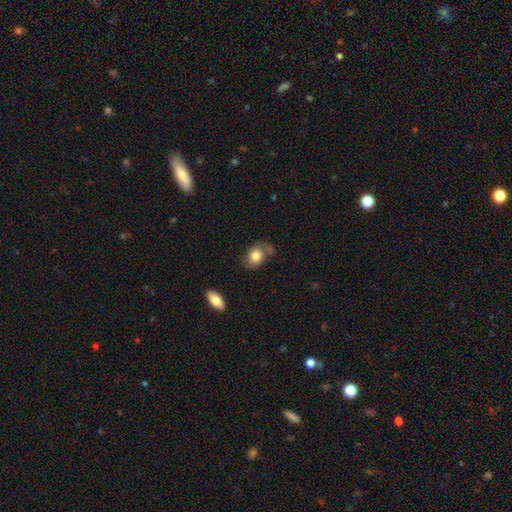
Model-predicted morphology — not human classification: Smooth or featured?
  - smooth: 74% *
  - featured or disk: 19%
  - star or artifact: 8%
How rounded?
  - in between: 60% *
  - round: 38%
  - cigar-shaped: 1%
Merging?
  - none: 55% *
  - minor disturbance: 27%
  - major disturbance: 11%
  - merger: 7%